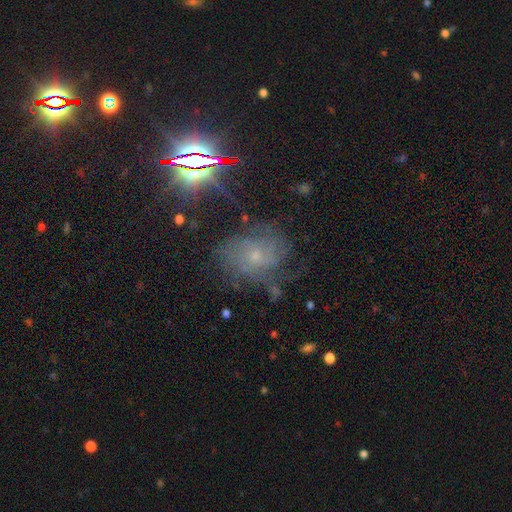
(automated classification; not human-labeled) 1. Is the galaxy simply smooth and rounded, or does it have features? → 51% featured or disk, 30% star or artifact, 19% smooth.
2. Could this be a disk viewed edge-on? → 95% no, 5% yes.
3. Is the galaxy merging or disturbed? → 61% none, 22% minor disturbance, 15% major disturbance, 2% merger.